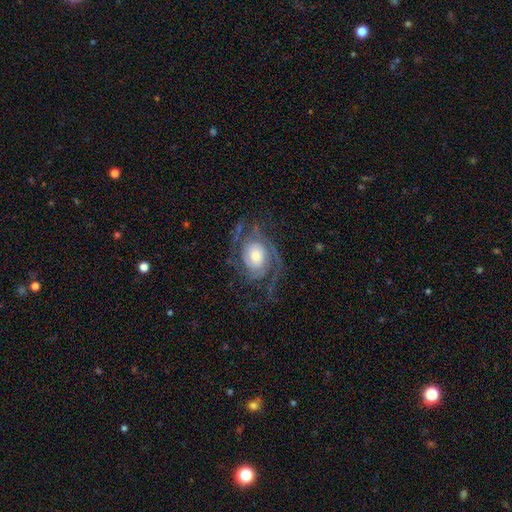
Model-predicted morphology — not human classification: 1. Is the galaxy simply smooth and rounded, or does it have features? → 88% featured or disk, 7% smooth, 5% star or artifact.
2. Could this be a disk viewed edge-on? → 97% no, 3% yes.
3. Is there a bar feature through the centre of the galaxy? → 70% no, 23% weak, 7% strong.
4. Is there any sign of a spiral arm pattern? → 96% yes, 4% no.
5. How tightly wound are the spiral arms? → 44% tight, 42% medium, 14% loose.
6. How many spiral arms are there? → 39% 2, 28% 3, 14% can't tell, 8% 4, 6% 1, 5% more than 4.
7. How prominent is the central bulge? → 49% moderate, 27% small, 20% large, 2% dominant, 2% none.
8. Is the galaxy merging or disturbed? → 67% none, 16% major disturbance, 16% minor disturbance, 1% merger.